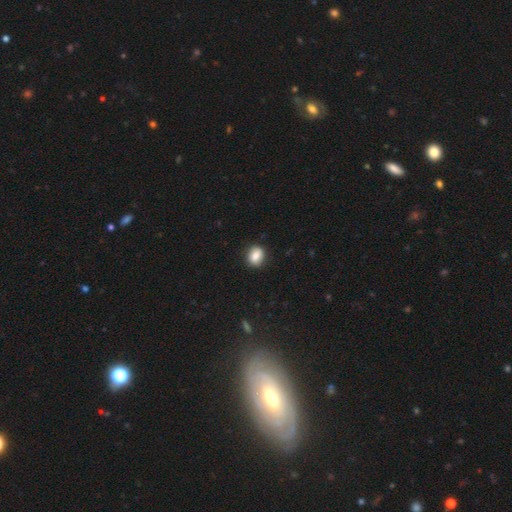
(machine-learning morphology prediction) smooth 83%, star or artifact 9%, featured or disk 8%. Down the decision tree: how rounded — in between (53%); merging — none (86%).